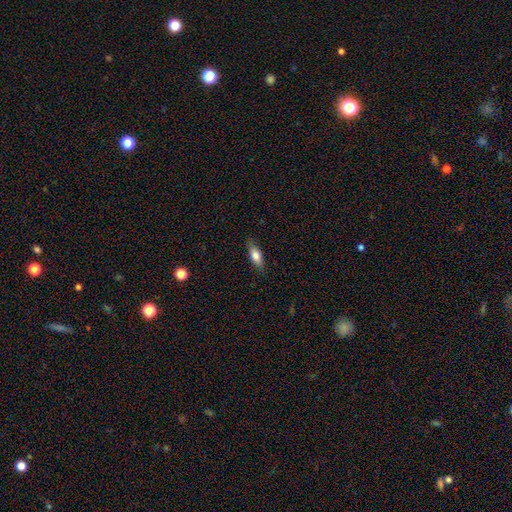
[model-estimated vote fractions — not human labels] Smooth or featured? Predicted: smooth (p=0.73). How rounded? Predicted: in between (p=0.70). Merging? Predicted: none (p=0.83).